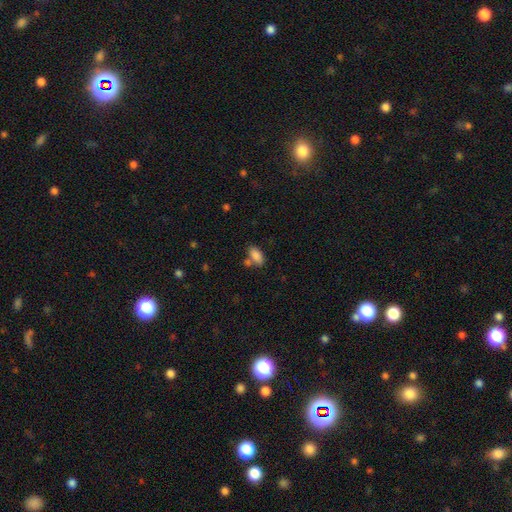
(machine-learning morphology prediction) Smooth or featured?
  - smooth: 85% *
  - star or artifact: 8%
  - featured or disk: 7%
How rounded?
  - in between: 91% *
  - cigar-shaped: 6%
  - round: 3%
Merging?
  - none: 60% *
  - merger: 23%
  - minor disturbance: 14%
  - major disturbance: 4%